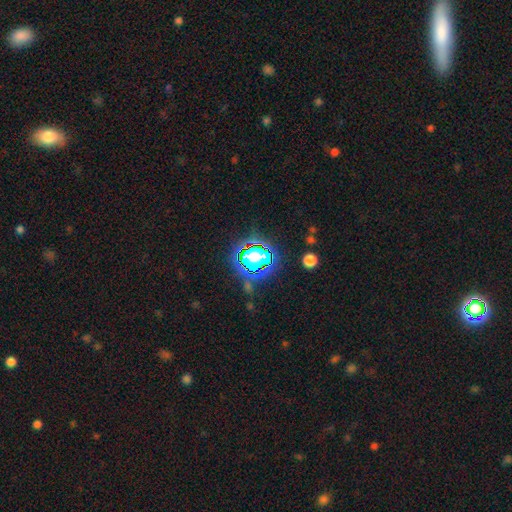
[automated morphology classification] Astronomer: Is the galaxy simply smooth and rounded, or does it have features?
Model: star or artifact — 62%.